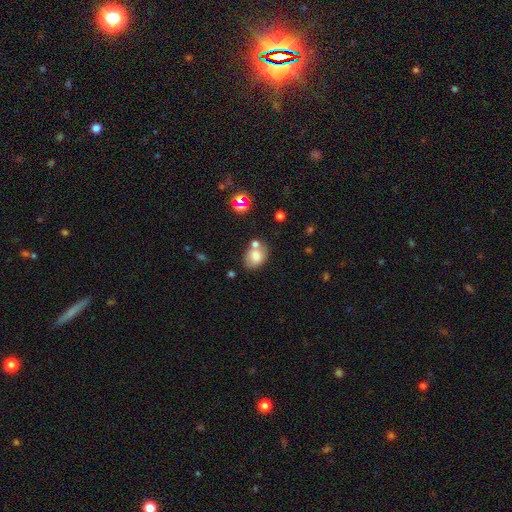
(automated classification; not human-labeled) smooth_or_featured: smooth (p=0.78) [alt: star or artifact p=0.11]
how_rounded: in between (p=0.65) [alt: round p=0.34]
merging: none (p=0.59) [alt: merger p=0.20]